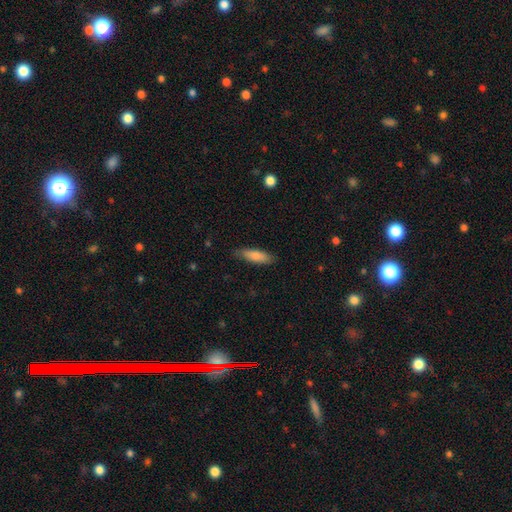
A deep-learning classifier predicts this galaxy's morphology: type=smooth (84%); roundness=cigar-shaped (53%); merging=none (83%).